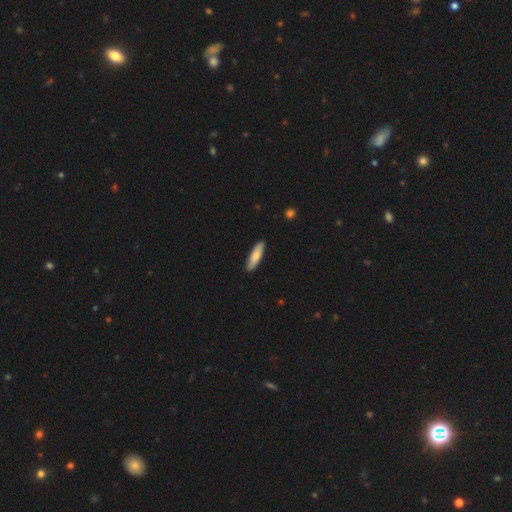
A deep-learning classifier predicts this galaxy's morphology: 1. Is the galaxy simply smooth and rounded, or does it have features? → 77% smooth, 18% featured or disk, 5% star or artifact.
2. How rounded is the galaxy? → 65% cigar-shaped, 33% in between, 2% round.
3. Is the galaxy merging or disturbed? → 89% none, 8% minor disturbance, 1% major disturbance, 1% merger.